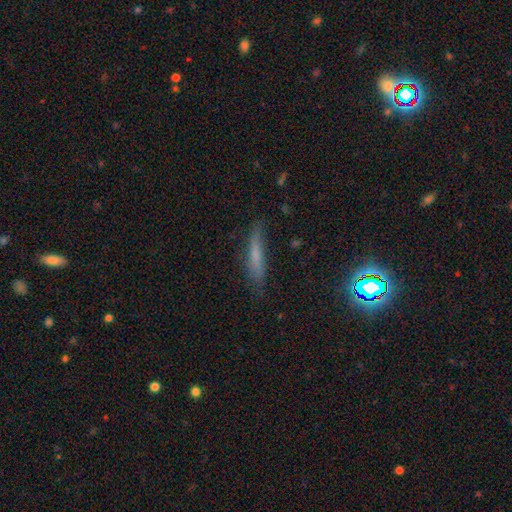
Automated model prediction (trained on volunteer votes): A smooth galaxy with no disk features (58%) that is cigar-shaped (87%). Merging: none (74%).